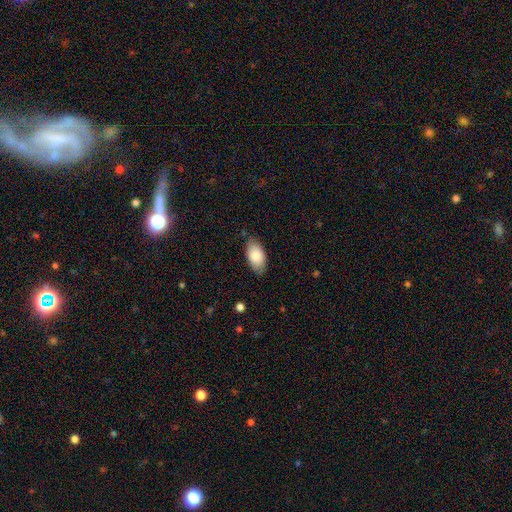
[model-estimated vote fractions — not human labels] smooth 83%, featured or disk 11%, star or artifact 6%. Down the decision tree: how rounded — in between (94%); merging — none (77%).